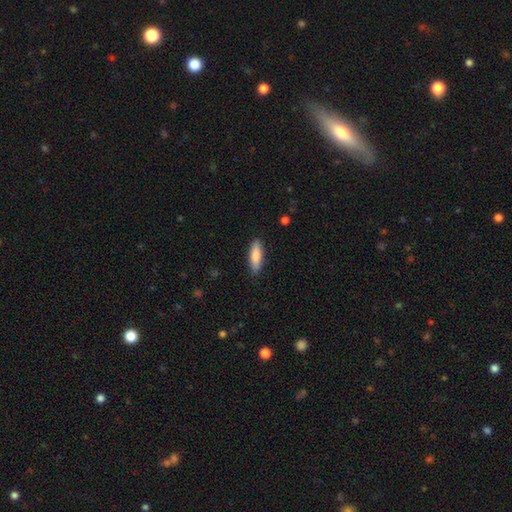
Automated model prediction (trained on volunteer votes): The model was most divided on "how rounded" (2-way tie): in between: 49%, cigar-shaped: 49%, round: 2%. More confident: merging — none (87%); smooth or featured — smooth (84%).